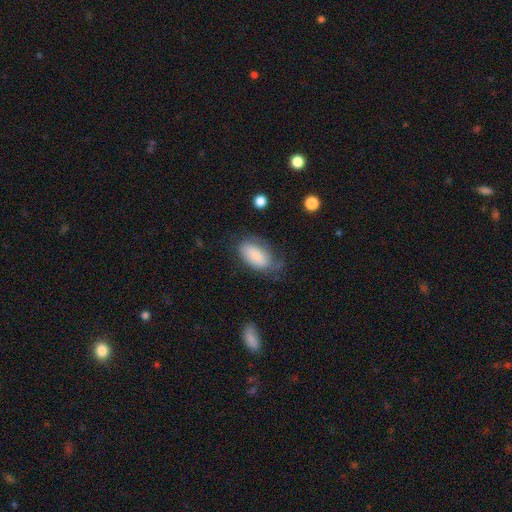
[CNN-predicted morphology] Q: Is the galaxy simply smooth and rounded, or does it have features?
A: smooth — 78%.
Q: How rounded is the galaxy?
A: in between — 93%.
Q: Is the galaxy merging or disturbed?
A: none — 47%.